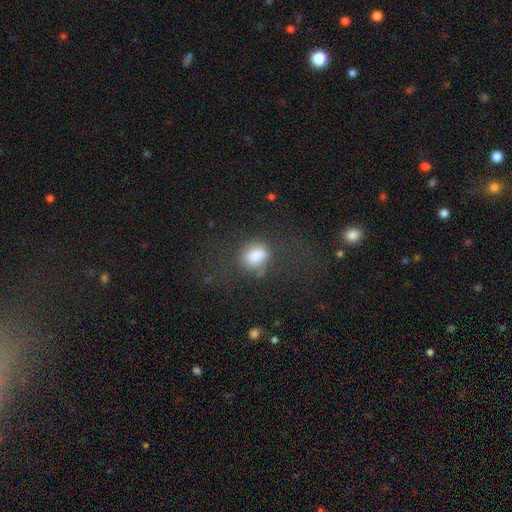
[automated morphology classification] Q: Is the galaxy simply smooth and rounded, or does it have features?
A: smooth — 77%.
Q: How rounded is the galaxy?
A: in between — 53%.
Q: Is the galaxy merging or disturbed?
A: none — 56%.